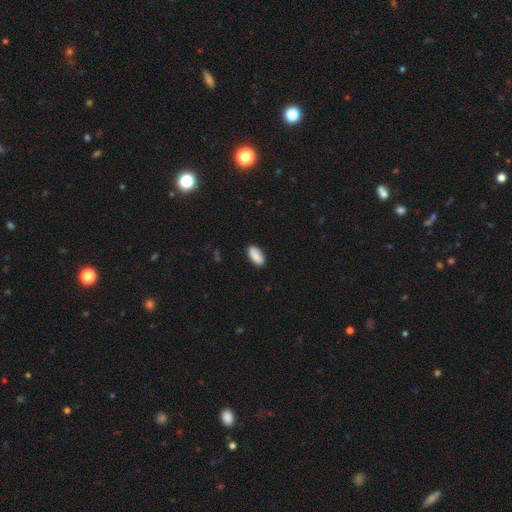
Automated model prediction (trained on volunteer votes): Morphology: type=smooth (87%); roundness=in between (90%); merging=none (86%).